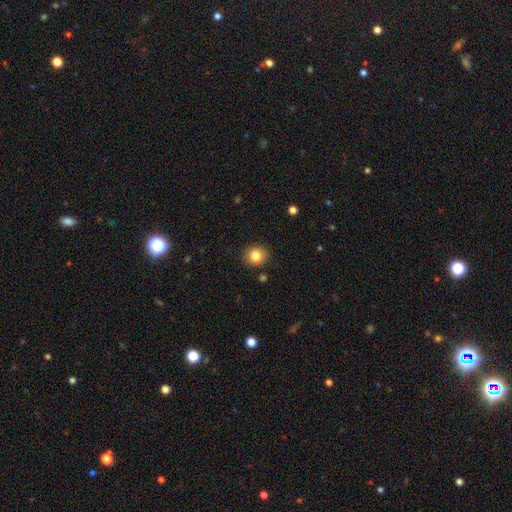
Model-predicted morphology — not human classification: Overall: smooth (81%). How rounded: round (84%). Merging: none (88%).